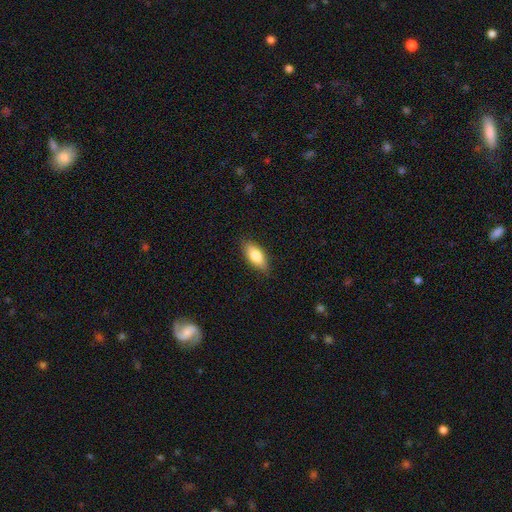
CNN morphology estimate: smooth 76%, featured or disk 17%, star or artifact 7%. Down the decision tree: how rounded — in between (81%); merging — none (84%).